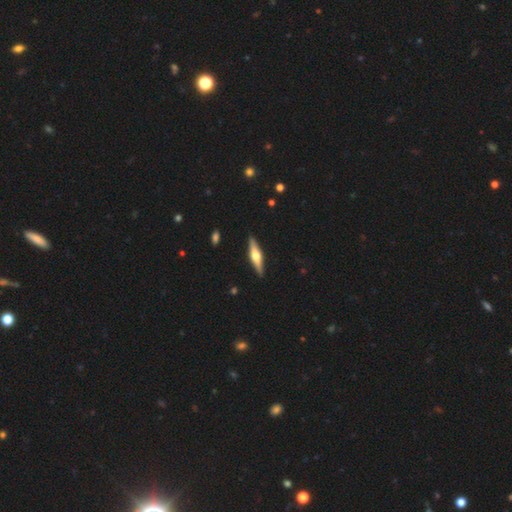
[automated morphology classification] A featured or disk galaxy (67%) viewed edge-on (97%) with a rounded central bulge (93%). Merging: none (91%).